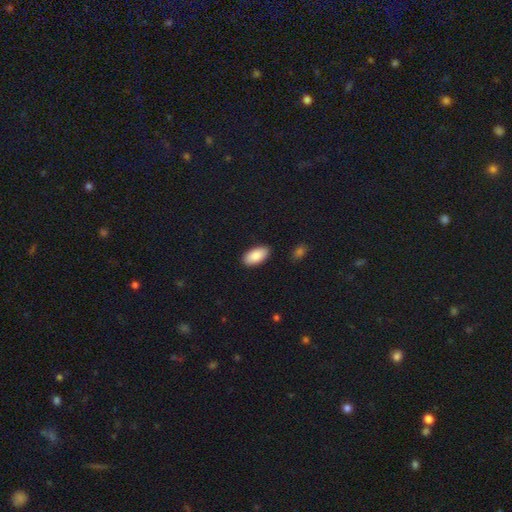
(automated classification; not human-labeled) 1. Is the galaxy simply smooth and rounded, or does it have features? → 89% smooth, 6% star or artifact, 5% featured or disk.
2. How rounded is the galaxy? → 94% in between, 3% cigar-shaped, 2% round.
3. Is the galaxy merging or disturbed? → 87% none, 10% minor disturbance, 2% major disturbance, 1% merger.